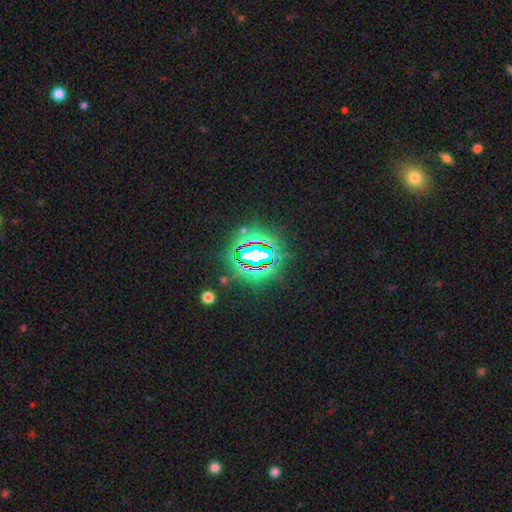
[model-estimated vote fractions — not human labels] Morphology: type=star or artifact (78%).